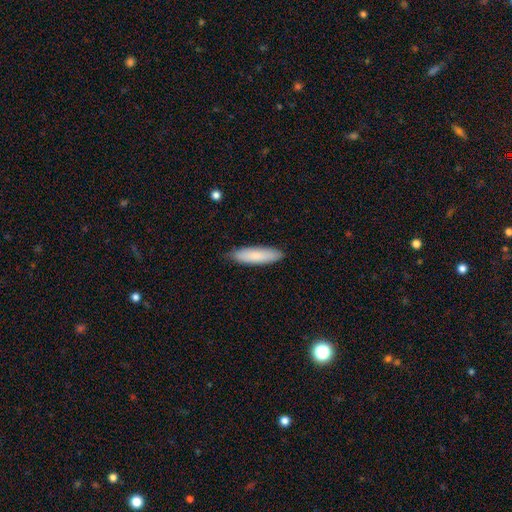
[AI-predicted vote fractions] A smooth galaxy with no disk features (84%) that is cigar-shaped (60%). Merging: none (86%).